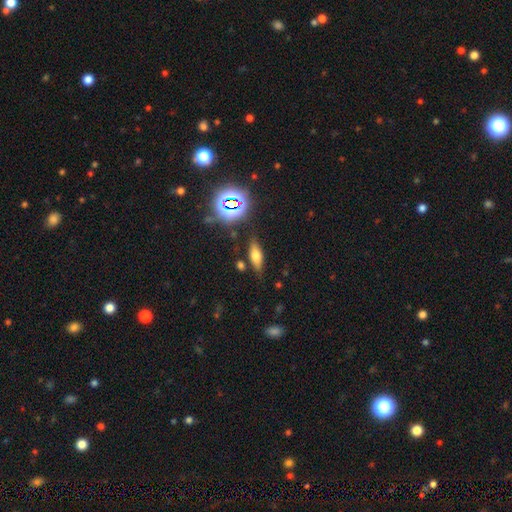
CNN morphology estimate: A smooth galaxy with no disk features (59%) that is in between round and cigar-shaped (62%). Merging: none (79%).